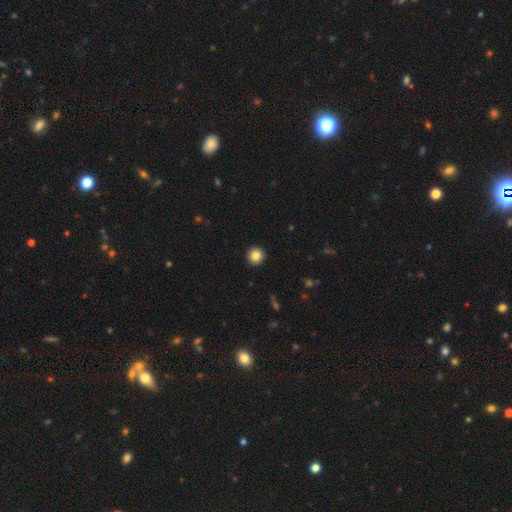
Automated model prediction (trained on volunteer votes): Overall: smooth (84%). How rounded: round (95%). Merging: none (93%).